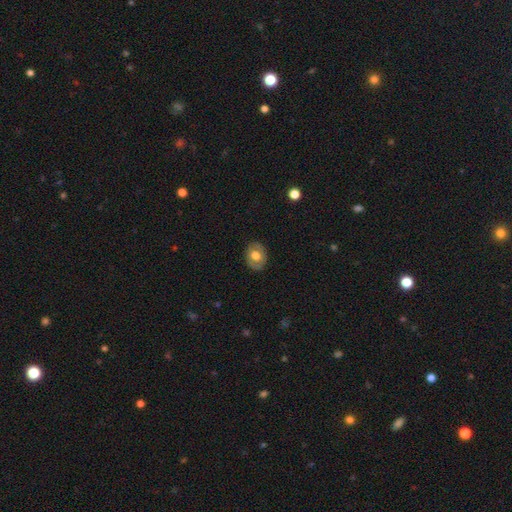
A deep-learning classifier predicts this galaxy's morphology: smooth_or_featured: smooth (p=0.58) [alt: featured or disk p=0.35]
how_rounded: in between (p=0.54) [alt: round p=0.45]
merging: none (p=0.84) [alt: minor disturbance p=0.12]